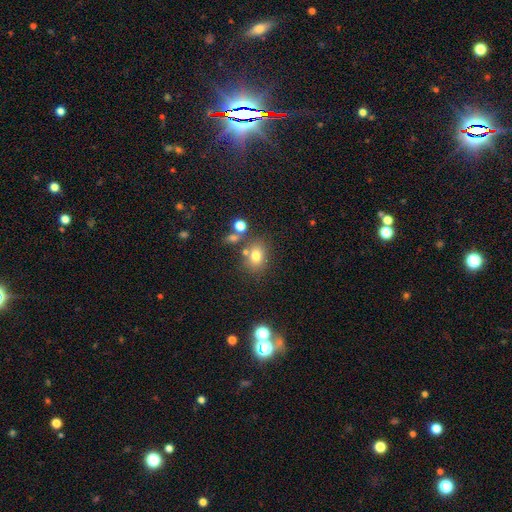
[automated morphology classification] A smooth galaxy with no disk features (75%) that is in between round and cigar-shaped (52%). Merging: none (66%).